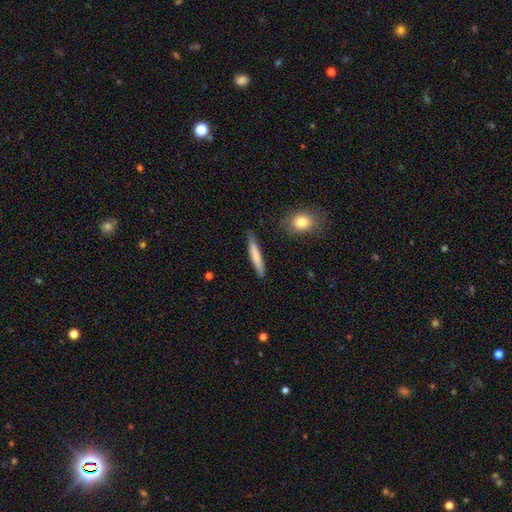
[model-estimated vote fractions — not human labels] Overall: smooth (73%). How rounded: cigar-shaped (93%). Merging: none (83%).